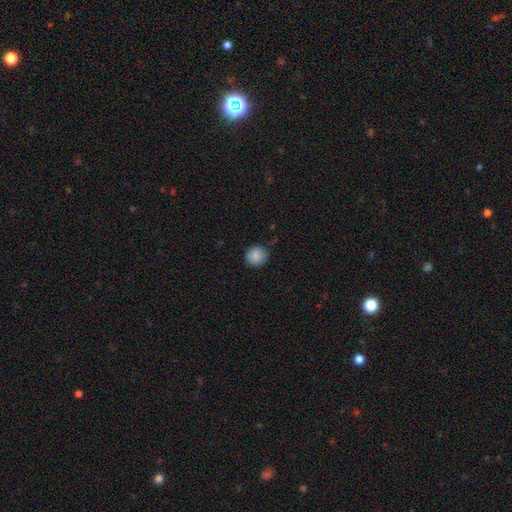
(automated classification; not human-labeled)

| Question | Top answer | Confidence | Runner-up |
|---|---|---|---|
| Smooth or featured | smooth | 87% | star or artifact (8%) |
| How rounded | round | 90% | in between (9%) |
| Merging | none | 84% | minor disturbance (12%) |